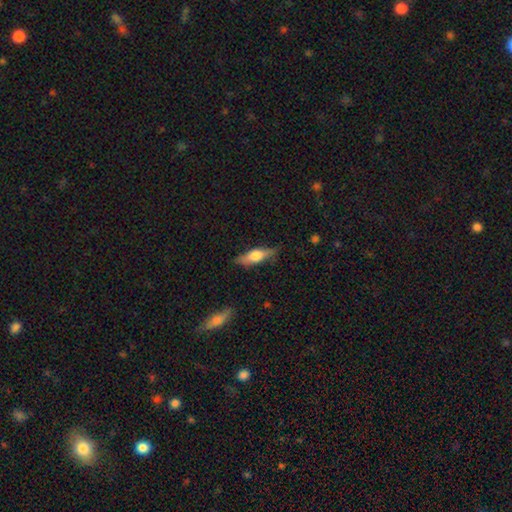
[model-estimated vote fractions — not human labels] This is possibly a smooth galaxy (51%). How rounded: possibly cigar-shaped (51%). Merging: likely none (78%).